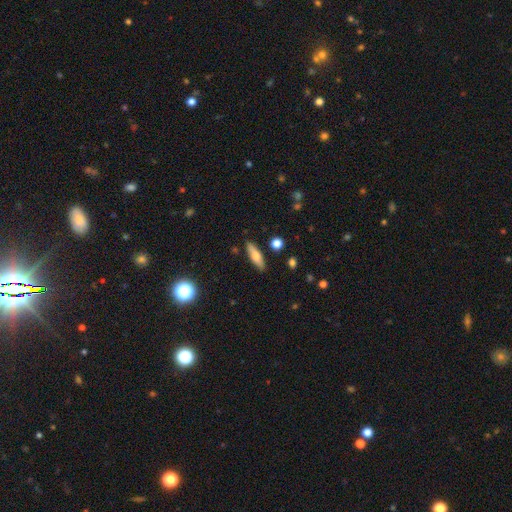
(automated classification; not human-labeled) smooth_or_featured: smooth (p=0.64) [alt: featured or disk p=0.28]
how_rounded: cigar-shaped (p=0.58) [alt: in between p=0.39]
merging: none (p=0.87) [alt: minor disturbance p=0.09]